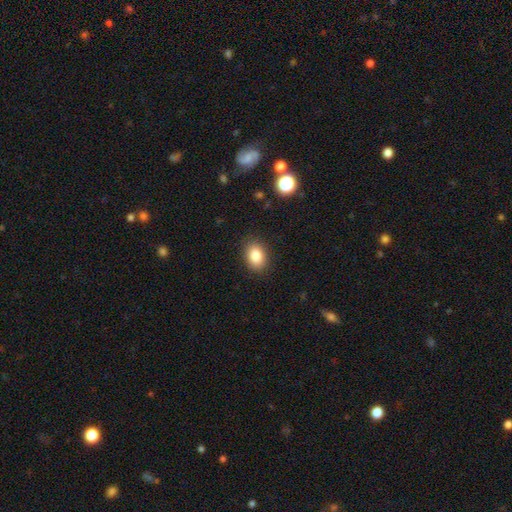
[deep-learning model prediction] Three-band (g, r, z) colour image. It shows a smooth galaxy with no disk features (85%) that is in between round and cigar-shaped (79%). Merging: none (87%).